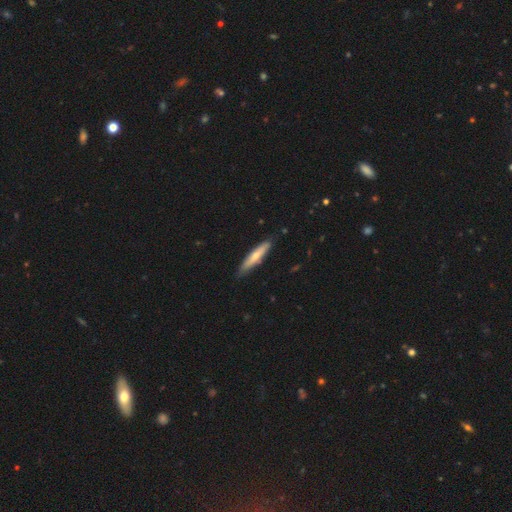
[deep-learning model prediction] Morphology: type=smooth (62%); roundness=cigar-shaped (86%); merging=none (80%).